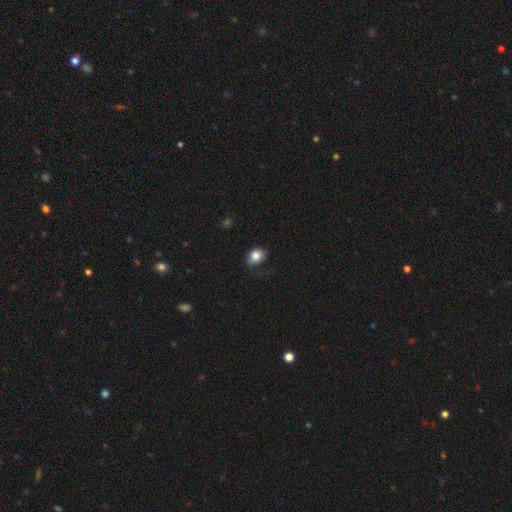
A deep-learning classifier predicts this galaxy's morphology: smooth-or-featured: smooth: 82% | star or artifact: 9% | featured or disk: 9%
  how-rounded: in between: 65% | round: 34% | cigar-shaped: 1%
  merging: none: 63% | minor disturbance: 27% | major disturbance: 8% | merger: 1%